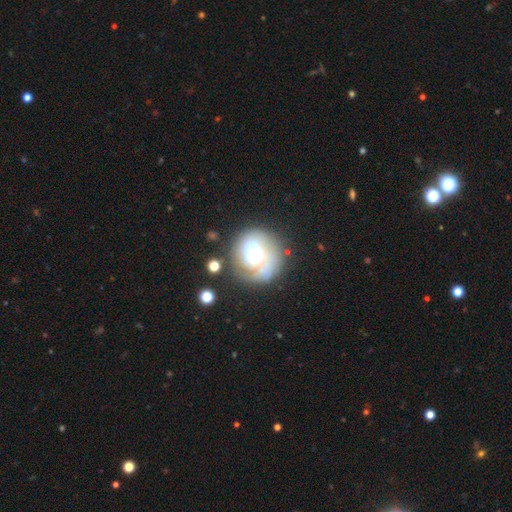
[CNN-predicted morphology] A featured or disk galaxy (45%). Merging: none (51%).